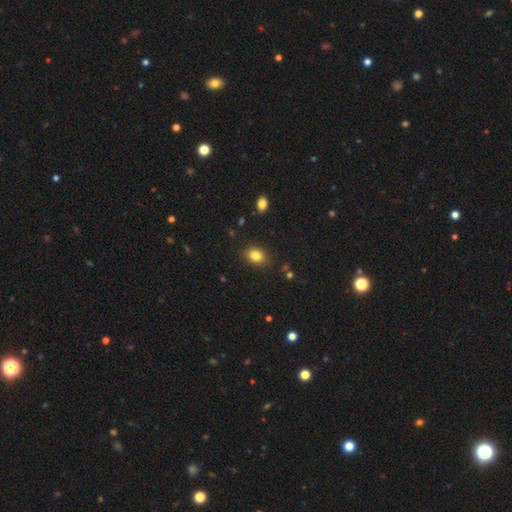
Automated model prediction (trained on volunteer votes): A smooth galaxy with no disk features (83%) that is in between round and cigar-shaped (62%). Merging: none (86%).